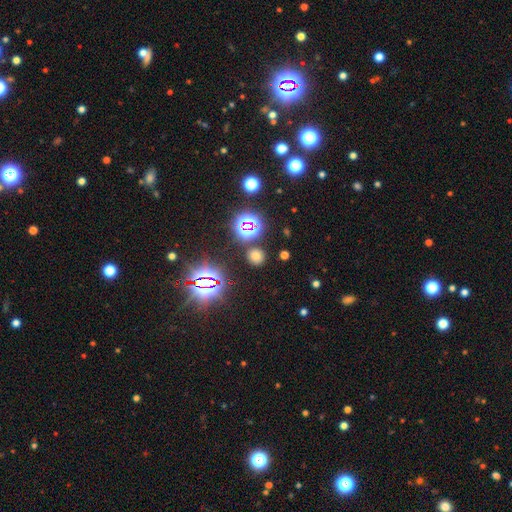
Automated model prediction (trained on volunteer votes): The model was most divided on "smooth or featured": smooth: 58%, star or artifact: 36%, featured or disk: 6%. More confident: merging — none (86%); how rounded — round (84%).